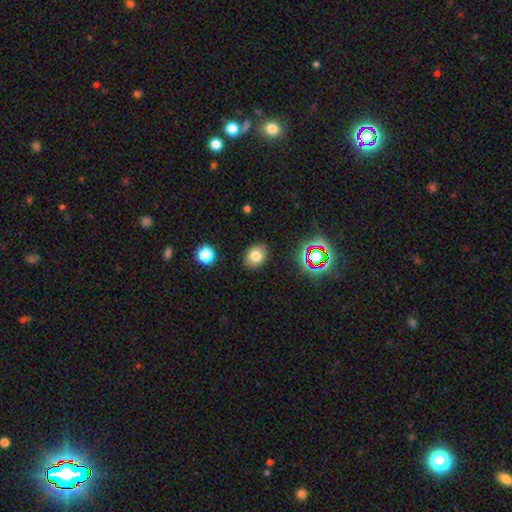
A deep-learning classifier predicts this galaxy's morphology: smooth_or_featured: smooth (p=0.77) [alt: star or artifact p=0.14]
how_rounded: in between (p=0.53) [alt: round p=0.46]
merging: none (p=0.86) [alt: minor disturbance p=0.10]